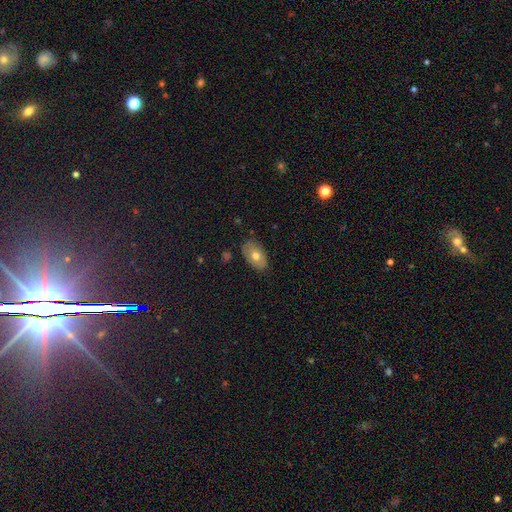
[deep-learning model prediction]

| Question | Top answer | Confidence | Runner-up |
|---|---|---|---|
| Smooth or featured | smooth | 66% | featured or disk (27%) |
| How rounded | in between | 91% | round (8%) |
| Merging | none | 81% | minor disturbance (15%) |